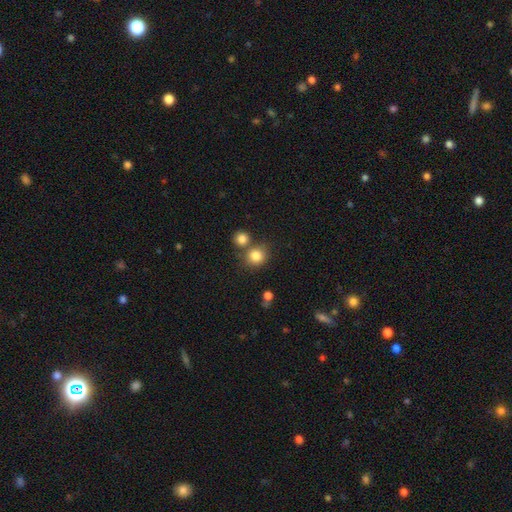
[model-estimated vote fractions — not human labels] smooth_or_featured: smooth (p=0.82) [alt: star or artifact p=0.11]
how_rounded: round (p=0.82) [alt: in between p=0.17]
merging: none (p=0.63) [alt: merger p=0.24]